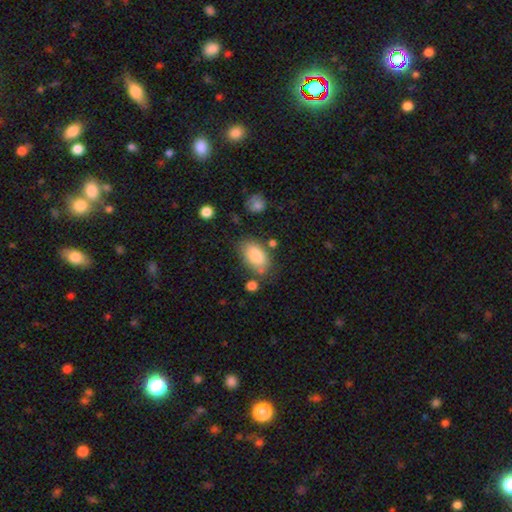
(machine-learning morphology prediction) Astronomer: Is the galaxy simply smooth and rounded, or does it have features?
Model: smooth — 83%.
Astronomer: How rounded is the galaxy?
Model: in between — 91%.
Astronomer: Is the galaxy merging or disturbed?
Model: none — 68%.